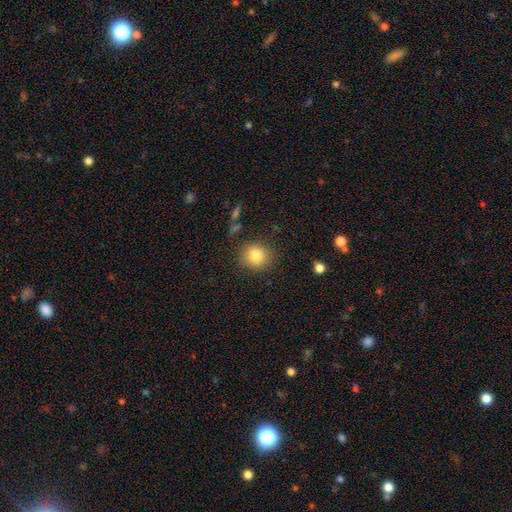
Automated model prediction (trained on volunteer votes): Q: Smooth or featured?
A: smooth (82%); runner-up: star or artifact (10%)
Q: How rounded?
A: round (80%); runner-up: in between (19%)
Q: Merging?
A: none (85%); runner-up: minor disturbance (10%)